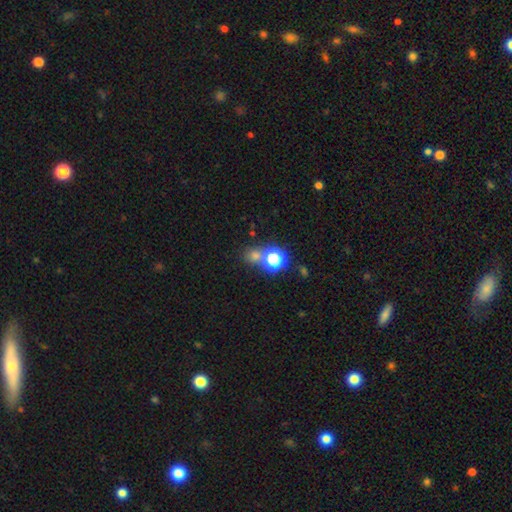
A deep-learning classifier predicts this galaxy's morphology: Smooth or featured? Predicted: smooth (p=0.58). How rounded? Predicted: round (p=0.83). Merging? Predicted: none (p=0.65).